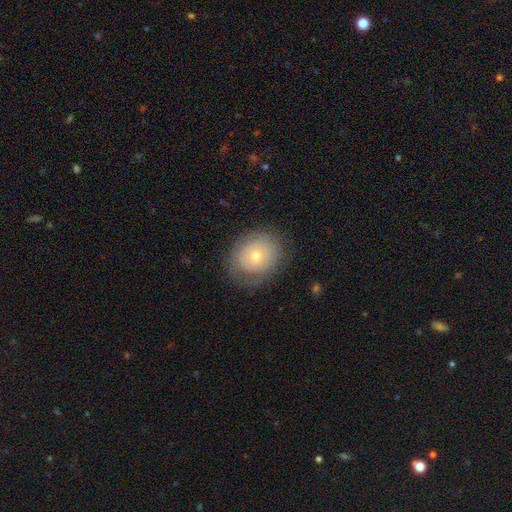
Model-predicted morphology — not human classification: Smooth or featured? smooth (58%)
How rounded? round (61%)
Merging? none (74%)